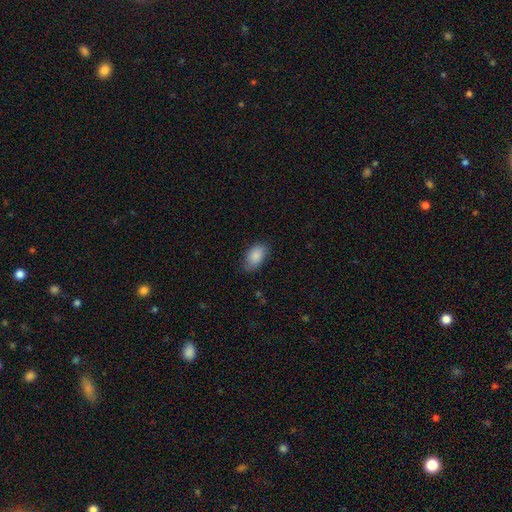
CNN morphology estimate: This appears to be a smooth galaxy with no disk features (87%) that is in between round and cigar-shaped (92%). Merging: none (77%).